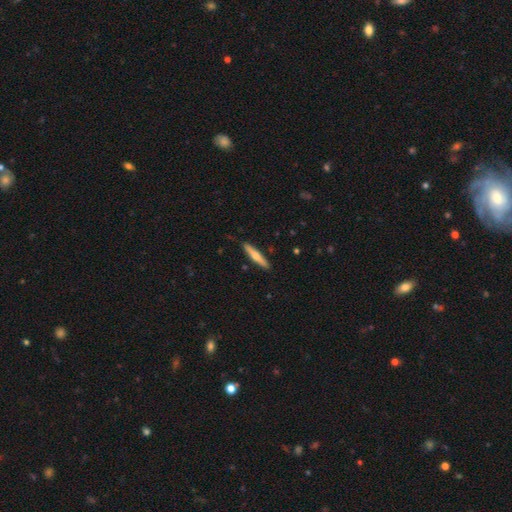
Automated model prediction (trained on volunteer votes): Smooth or featured: featured or disk — 48% (smooth — 46%)
Merging: none — 89% (minor disturbance — 8%)